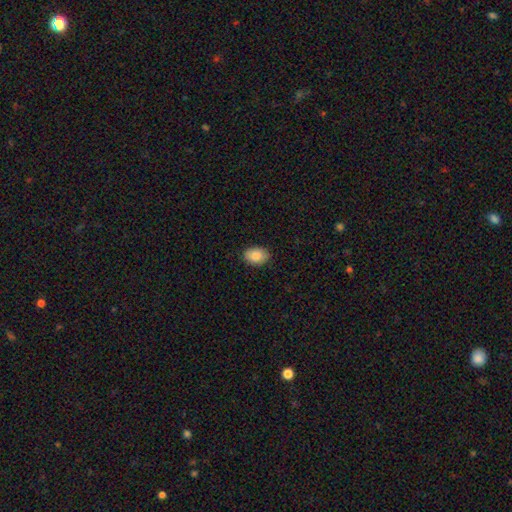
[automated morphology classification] A smooth galaxy with no disk features (86%) that is in between round and cigar-shaped (81%). Merging: none (87%).